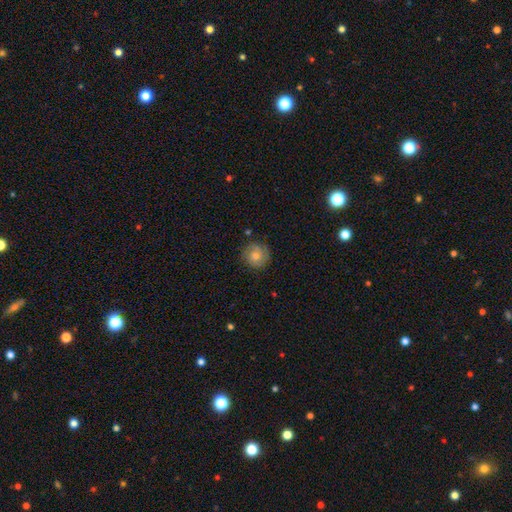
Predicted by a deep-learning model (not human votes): smooth 53%, featured or disk 36%, star or artifact 11%. Down the decision tree: how rounded — round (92%); merging — none (82%).